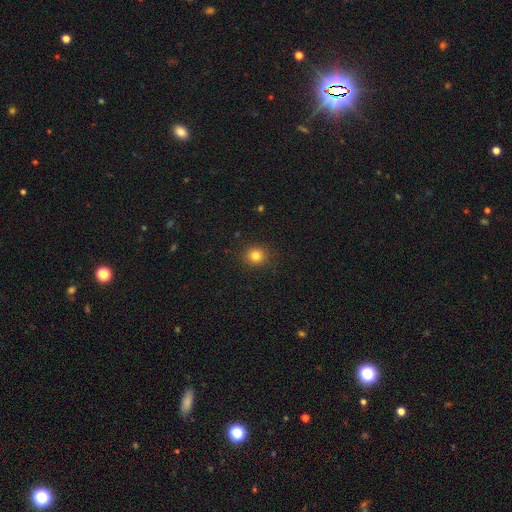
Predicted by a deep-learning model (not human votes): Morphology: type=smooth (81%); roundness=round (88%); merging=none (90%).